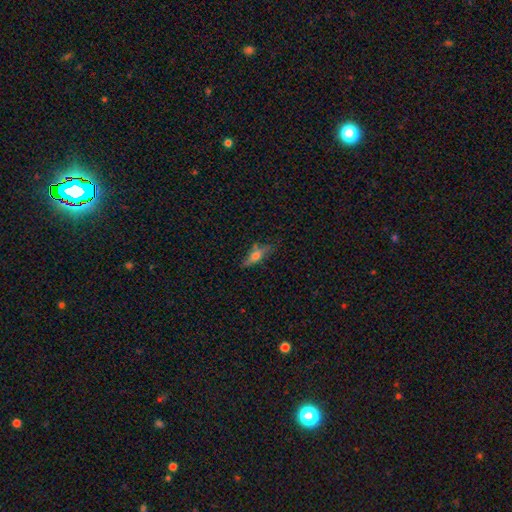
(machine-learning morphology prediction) A smooth galaxy with no disk features (57%) that is in between round and cigar-shaped (52%).

Vote fractions:
- Smooth or featured? smooth: 57% / featured or disk: 34% / star or artifact: 9%
- How rounded? in between: 52% / cigar-shaped: 45% / round: 3%
- Merging? none: 67% / minor disturbance: 23% / major disturbance: 7% / merger: 4%